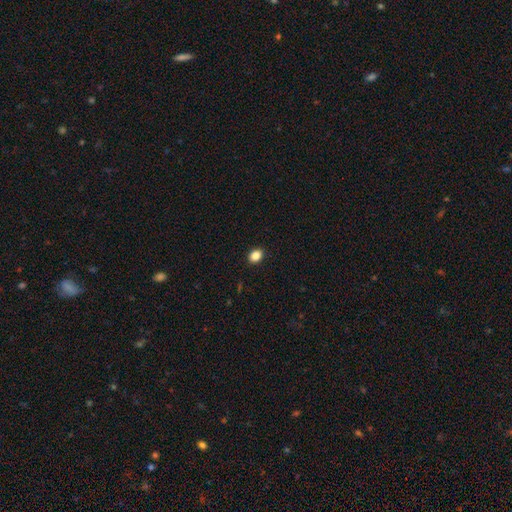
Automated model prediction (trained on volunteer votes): Smooth or featured? smooth (86%)
How rounded? in between (60%)
Merging? none (91%)